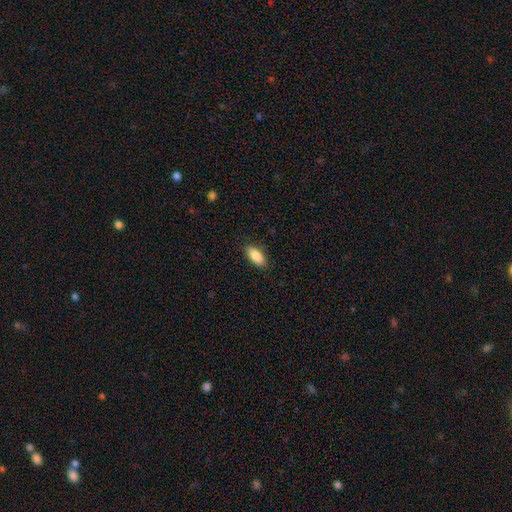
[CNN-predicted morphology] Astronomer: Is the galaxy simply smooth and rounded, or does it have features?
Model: smooth — 87%.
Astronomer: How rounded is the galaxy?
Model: in between — 89%.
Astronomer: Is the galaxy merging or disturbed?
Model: none — 88%.